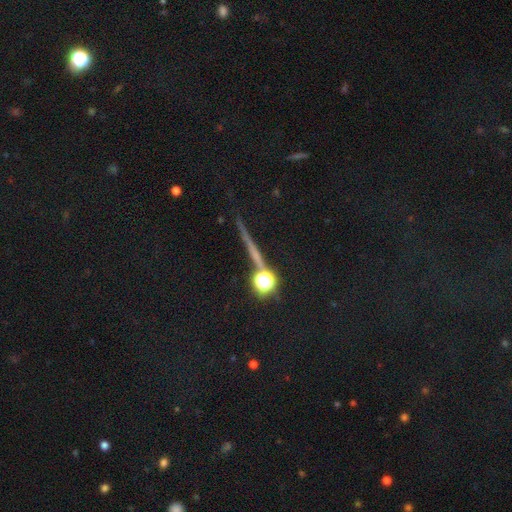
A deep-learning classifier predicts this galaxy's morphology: This appears to be a star or artifact, not a galaxy (46%).